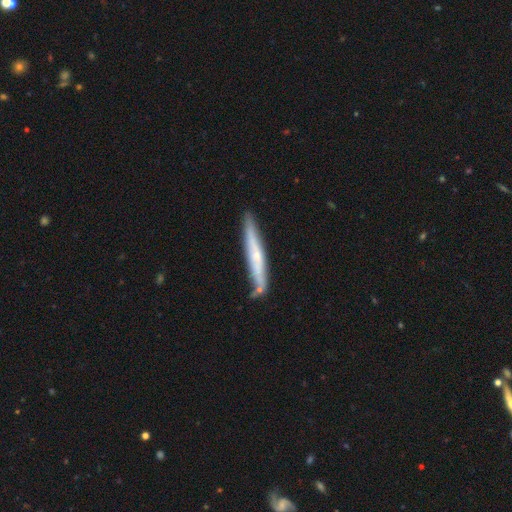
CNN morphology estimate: featured or disk 54%, smooth 41%, star or artifact 6%. Down the decision tree: edge-on disk — yes (89%); merging — none (76%).